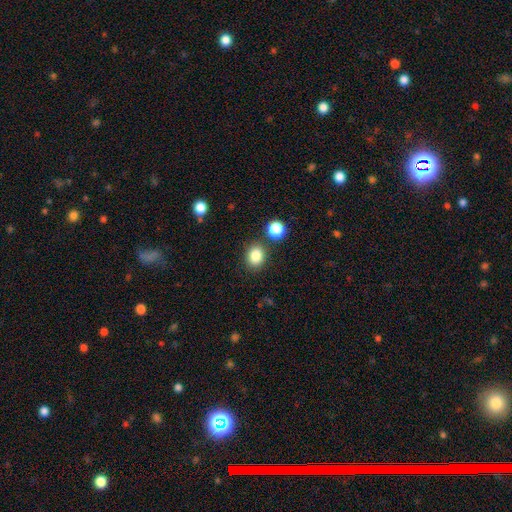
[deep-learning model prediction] Smooth or featured: smooth — 84% (star or artifact — 11%)
How rounded: round — 62% (in between — 37%)
Merging: none — 81% (minor disturbance — 9%)